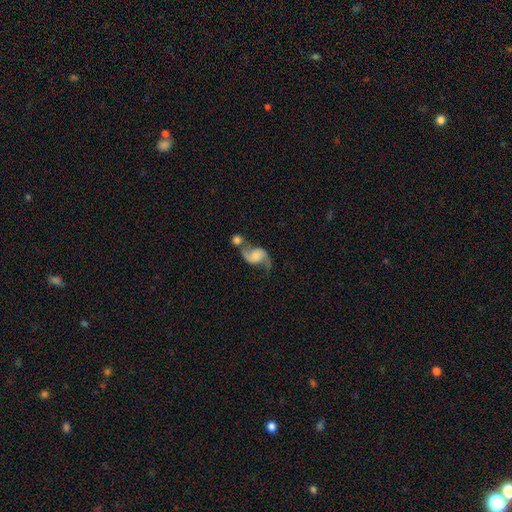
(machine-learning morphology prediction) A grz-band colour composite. It shows a featured or disk galaxy (77%) with no bar (61%), 2 (90%) loose (75%) spiral arms (93%) and a small central bulge (31%). Merging: merger (45%).